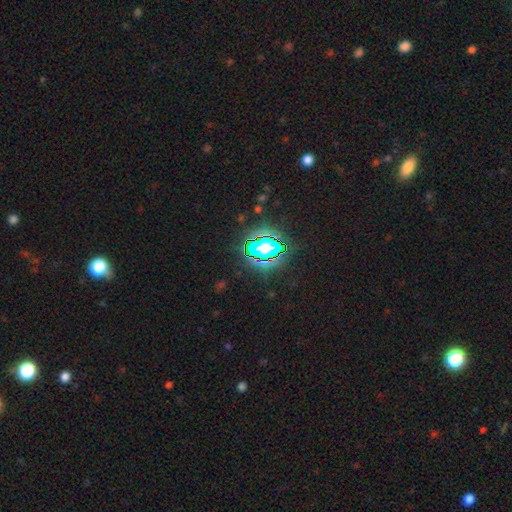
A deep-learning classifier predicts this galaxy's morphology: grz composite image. It shows a star or artifact, not a galaxy (73%).